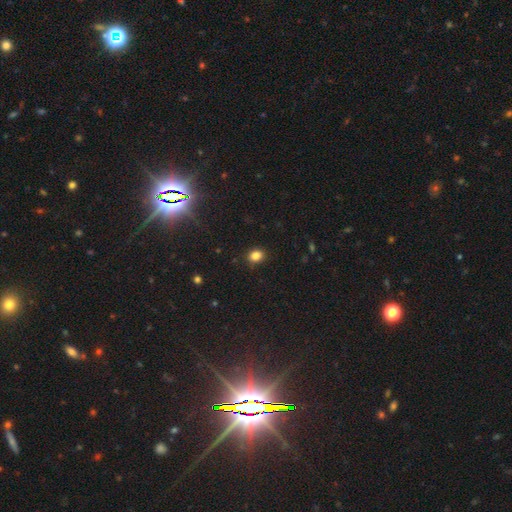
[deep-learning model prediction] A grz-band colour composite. It shows a smooth galaxy with no disk features (84%) that is in between round and cigar-shaped (54%). Merging: none (86%).